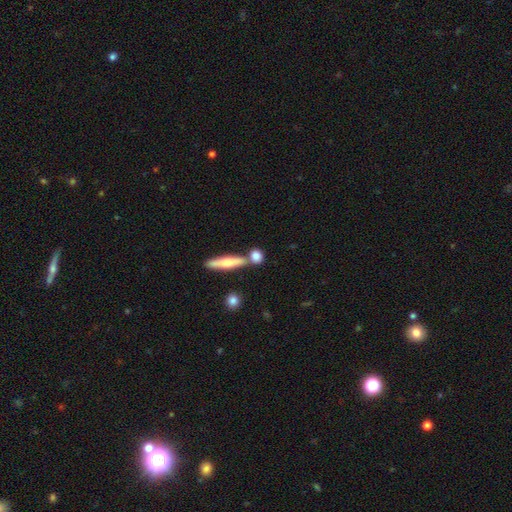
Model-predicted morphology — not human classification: This is clearly a smooth galaxy (80%). How rounded: possibly round (52%). Merging: possibly none (60%).